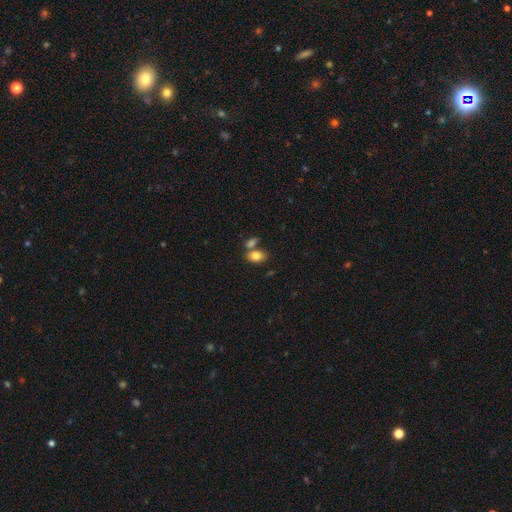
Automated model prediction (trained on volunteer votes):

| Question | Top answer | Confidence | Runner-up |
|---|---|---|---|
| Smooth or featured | smooth | 82% | featured or disk (10%) |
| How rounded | in between | 87% | round (11%) |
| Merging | none | 52% | merger (34%) |